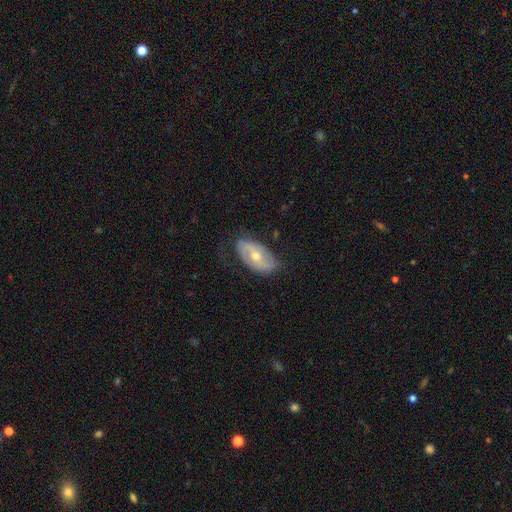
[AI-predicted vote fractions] This appears to be a featured or disk galaxy (63%) with no bar (37%), spiral arms (61%) and a moderate central bulge (60%). Merging: none (66%).